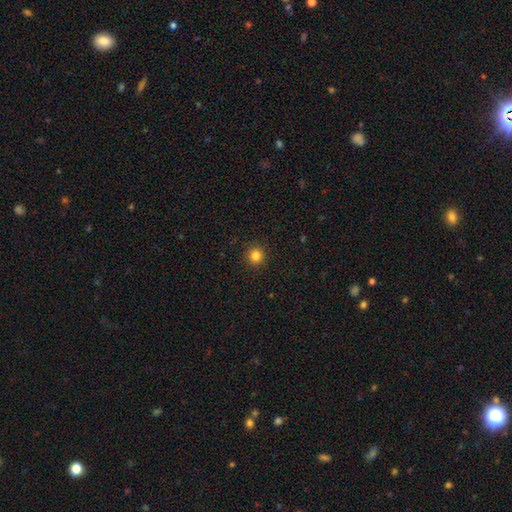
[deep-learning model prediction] Smooth or featured?
  - smooth: 83% *
  - star or artifact: 12%
  - featured or disk: 5%
How rounded?
  - round: 94% *
  - in between: 5%
  - cigar-shaped: 1%
Merging?
  - none: 92% *
  - minor disturbance: 5%
  - major disturbance: 2%
  - merger: 1%